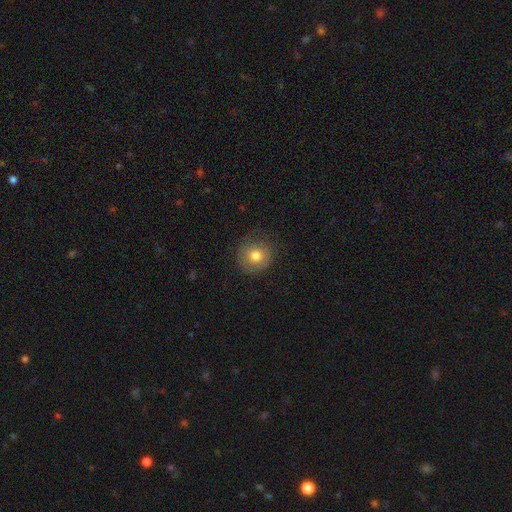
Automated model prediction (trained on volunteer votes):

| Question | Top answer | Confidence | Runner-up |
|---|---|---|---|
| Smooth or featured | smooth | 76% | featured or disk (14%) |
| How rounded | round | 90% | in between (9%) |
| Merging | none | 81% | minor disturbance (13%) |